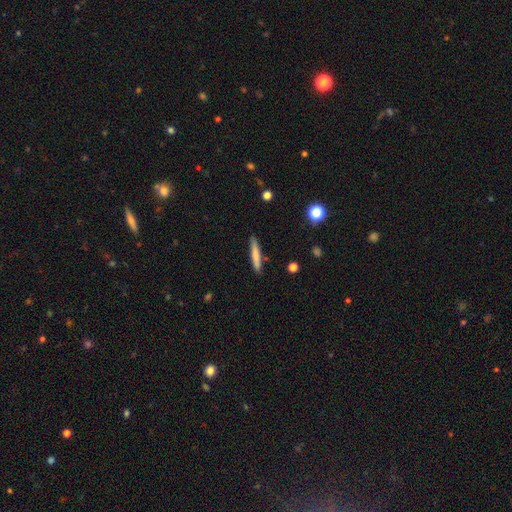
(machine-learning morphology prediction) smooth-or-featured: smooth: 74% | featured or disk: 20% | star or artifact: 6%
  how-rounded: cigar-shaped: 94% | in between: 5% | round: 1%
  merging: none: 87% | minor disturbance: 9% | merger: 2% | major disturbance: 2%